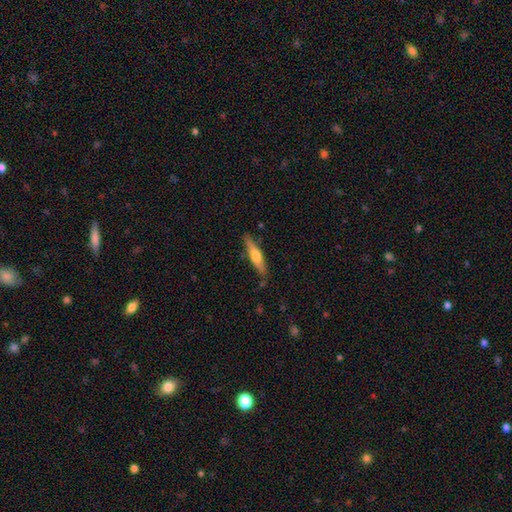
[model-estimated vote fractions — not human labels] This is possibly a smooth galaxy (50%). Merging: clearly none (83%).